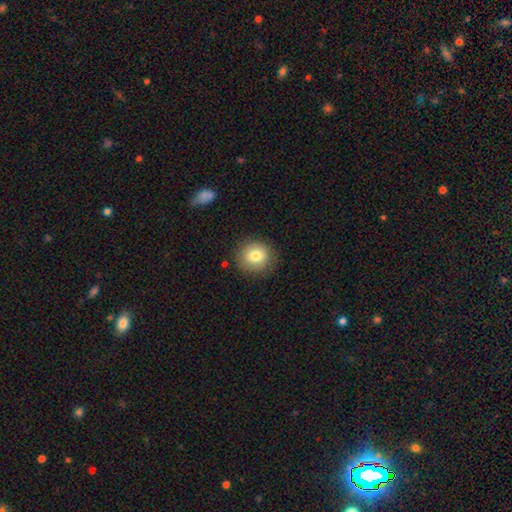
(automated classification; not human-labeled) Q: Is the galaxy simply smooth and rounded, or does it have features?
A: smooth — 79%.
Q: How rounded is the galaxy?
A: round — 89%.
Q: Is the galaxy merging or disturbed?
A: none — 85%.